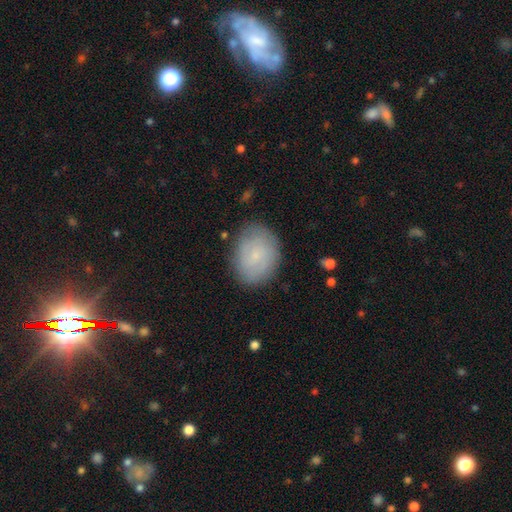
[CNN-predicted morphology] A smooth galaxy with no disk features (66%) that is in between round and cigar-shaped (63%). Merging: none (81%).